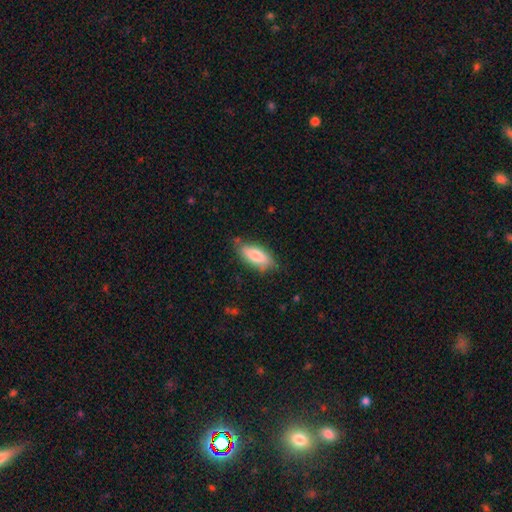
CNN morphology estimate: Q: Smooth or featured?
A: smooth (77%); runner-up: featured or disk (17%)
Q: How rounded?
A: in between (75%); runner-up: cigar-shaped (23%)
Q: Merging?
A: none (72%); runner-up: minor disturbance (22%)